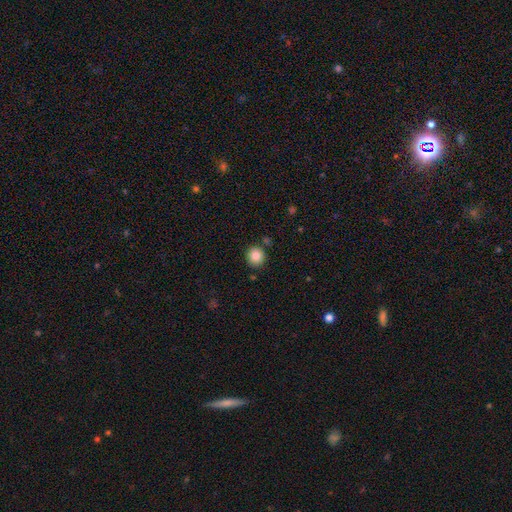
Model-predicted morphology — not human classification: This is clearly a smooth galaxy (85%). How rounded: clearly round (91%). Merging: clearly none (86%).